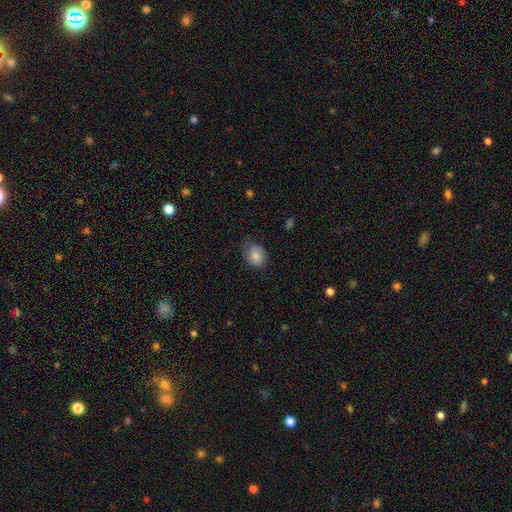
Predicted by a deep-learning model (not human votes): Smooth or featured? smooth (84%)
How rounded? in between (59%)
Merging? none (64%)